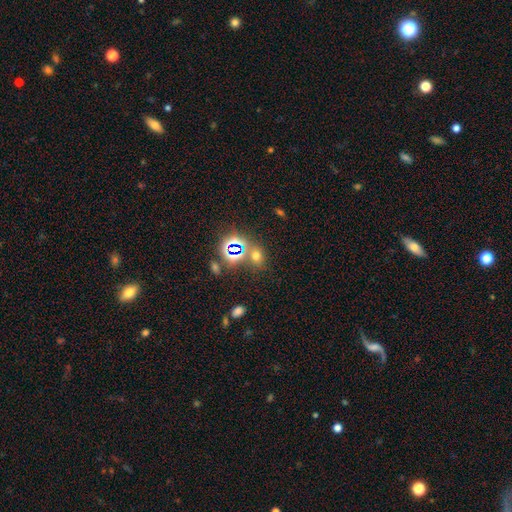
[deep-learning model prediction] smooth-or-featured: smooth: 51% | star or artifact: 41% | featured or disk: 8%
  how-rounded: round: 55% | in between: 43% | cigar-shaped: 2%
  merging: none: 70% | merger: 15% | minor disturbance: 11% | major disturbance: 5%